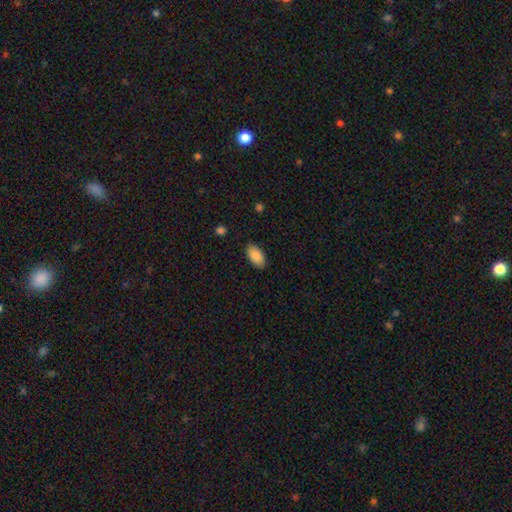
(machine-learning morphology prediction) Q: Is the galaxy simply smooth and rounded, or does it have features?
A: smooth — 88%.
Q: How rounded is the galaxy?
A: in between — 95%.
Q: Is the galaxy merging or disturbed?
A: none — 86%.